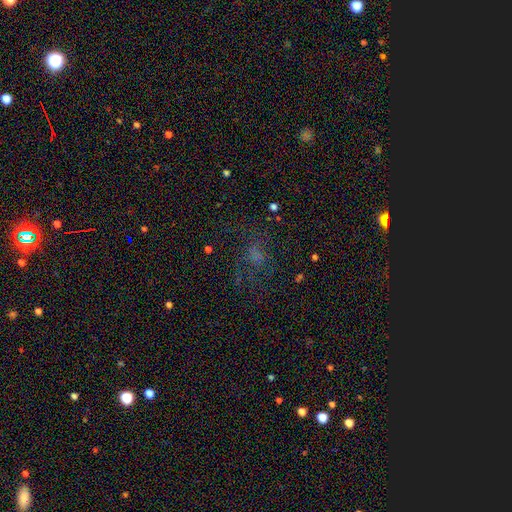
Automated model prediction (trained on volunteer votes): The model was most divided on "smooth or featured": smooth: 42%, star or artifact: 34%, featured or disk: 24%. More confident: merging — none (54%).